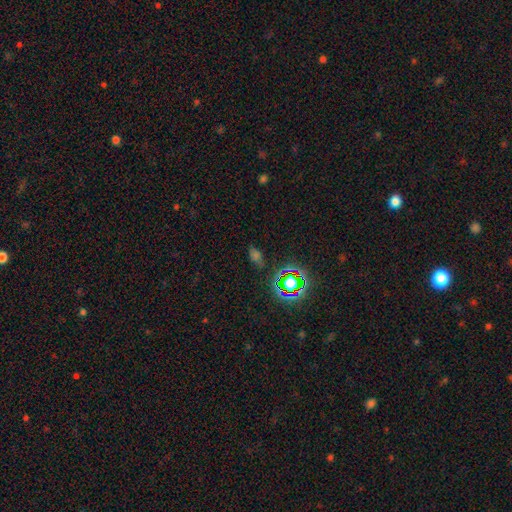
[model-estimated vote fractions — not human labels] This appears to be a star or artifact, not a galaxy (53%).